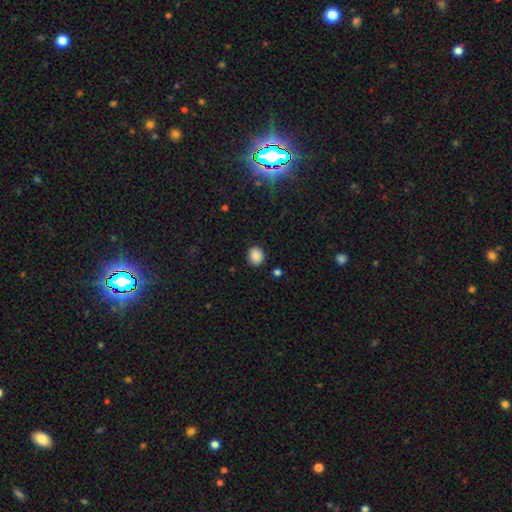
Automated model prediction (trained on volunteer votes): This appears to be a smooth galaxy with no disk features (86%) that is round (65%). Merging: none (88%).